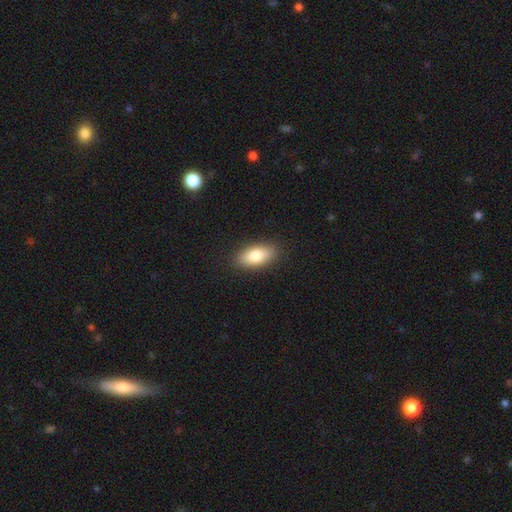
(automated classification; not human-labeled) smooth-or-featured: smooth: 82% | featured or disk: 11% | star or artifact: 7%
  how-rounded: in between: 87% | cigar-shaped: 10% | round: 3%
  merging: none: 88% | minor disturbance: 9% | major disturbance: 2% | merger: 1%